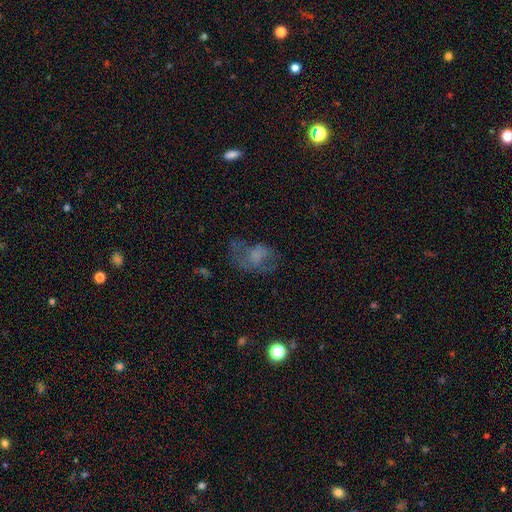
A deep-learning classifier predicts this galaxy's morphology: The model was most divided on "smooth or featured": smooth: 45%, featured or disk: 38%, star or artifact: 17%. Remaining: merging — none (42%).